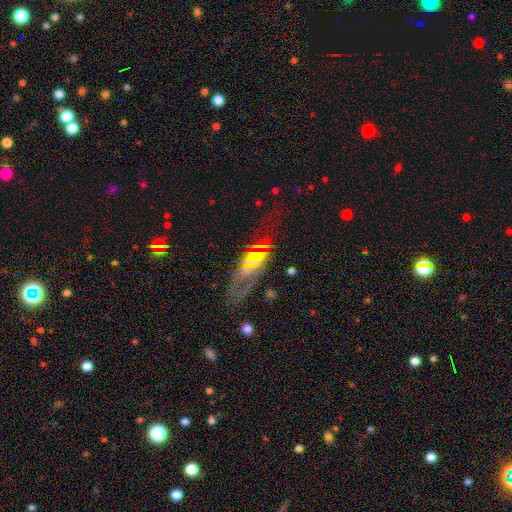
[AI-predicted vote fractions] A star or artifact, not a galaxy (40%).

Vote fractions:
- Smooth or featured? star or artifact: 40% / smooth: 31% / featured or disk: 29%